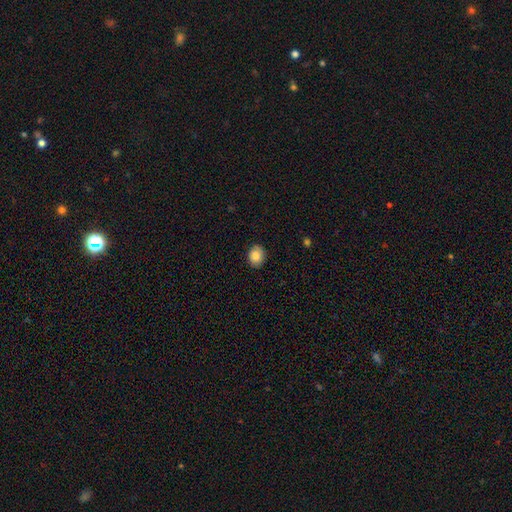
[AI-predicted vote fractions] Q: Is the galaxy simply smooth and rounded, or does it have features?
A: smooth — 84%.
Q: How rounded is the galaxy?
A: round — 57%.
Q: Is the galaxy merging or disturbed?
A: none — 86%.